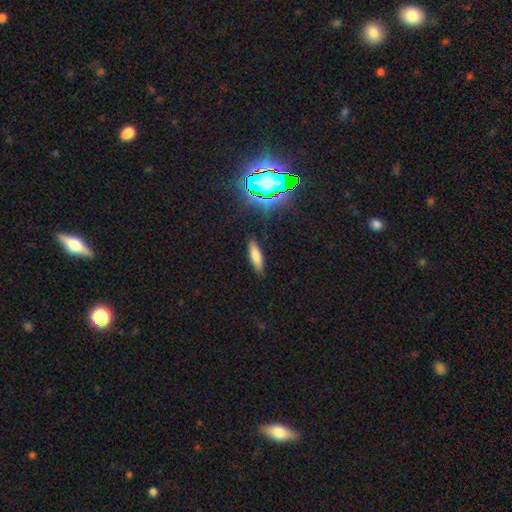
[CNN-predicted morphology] A smooth galaxy with no disk features (74%) that is cigar-shaped (58%).

Vote fractions:
- Smooth or featured? smooth: 74% / star or artifact: 13% / featured or disk: 13%
- How rounded? cigar-shaped: 58% / in between: 40% / round: 2%
- Merging? none: 87% / minor disturbance: 9% / major disturbance: 2% / merger: 1%